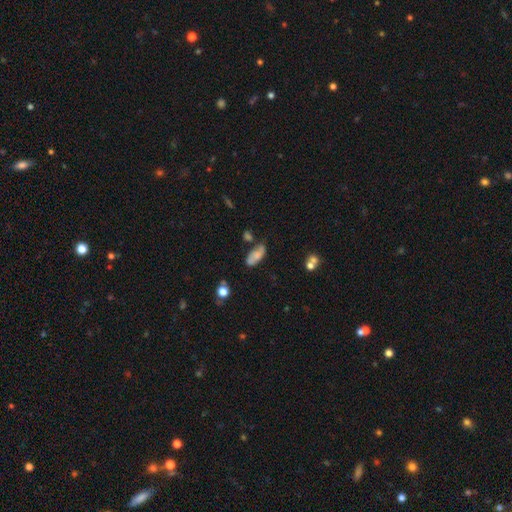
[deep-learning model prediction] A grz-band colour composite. It shows a smooth galaxy with no disk features (60%) that is in between round and cigar-shaped (86%). Merging: none (55%).